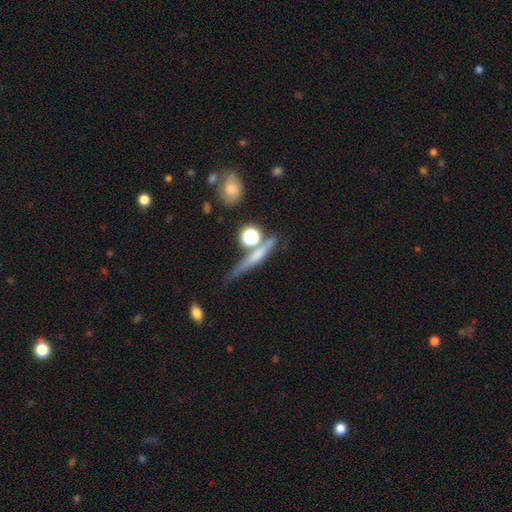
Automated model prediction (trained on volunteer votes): smooth 48%, featured or disk 39%, star or artifact 13%. Down the decision tree: merging — none (63%).